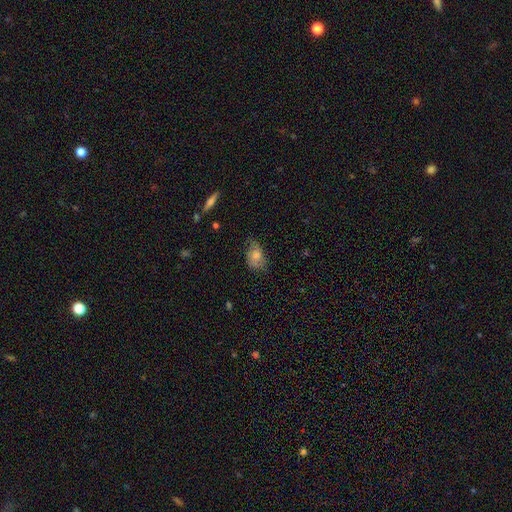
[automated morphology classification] A smooth galaxy with no disk features (54%) that is in between round and cigar-shaped (79%). Merging: none (58%).